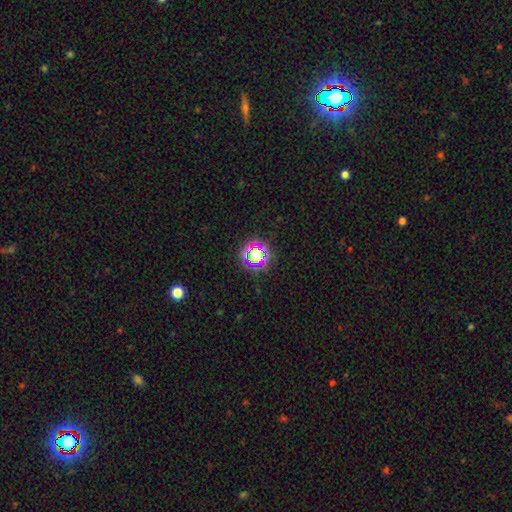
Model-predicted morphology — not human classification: smooth_or_featured: star or artifact (p=0.59) [alt: smooth p=0.30]